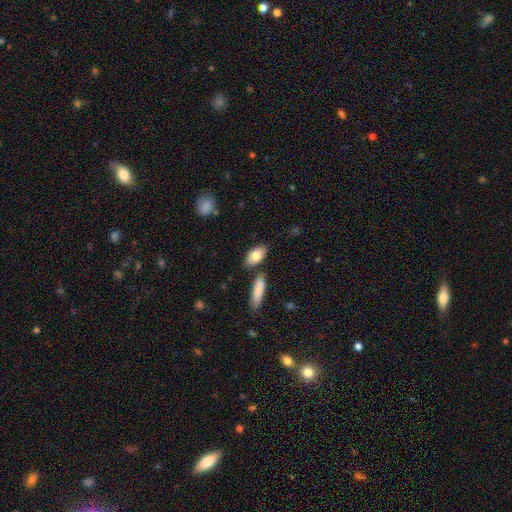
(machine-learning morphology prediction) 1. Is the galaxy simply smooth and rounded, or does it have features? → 80% smooth, 14% featured or disk, 6% star or artifact.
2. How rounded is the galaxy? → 90% in between, 6% cigar-shaped, 5% round.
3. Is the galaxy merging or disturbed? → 75% none, 13% minor disturbance, 9% merger, 3% major disturbance.